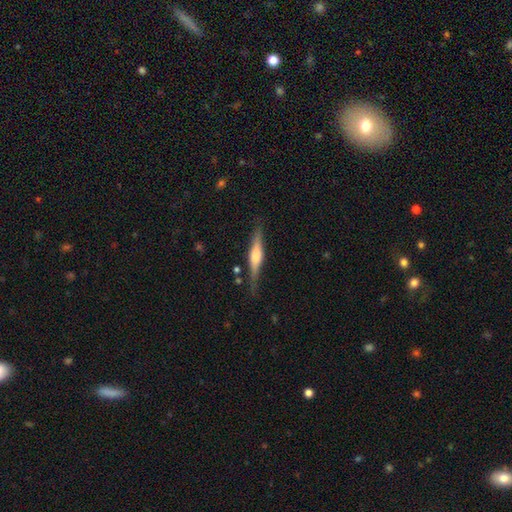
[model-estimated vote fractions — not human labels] Morphology: type=featured or disk (63%); edge-on=yes (97%); edge-on bulge=rounded (74%); merging=none (82%).